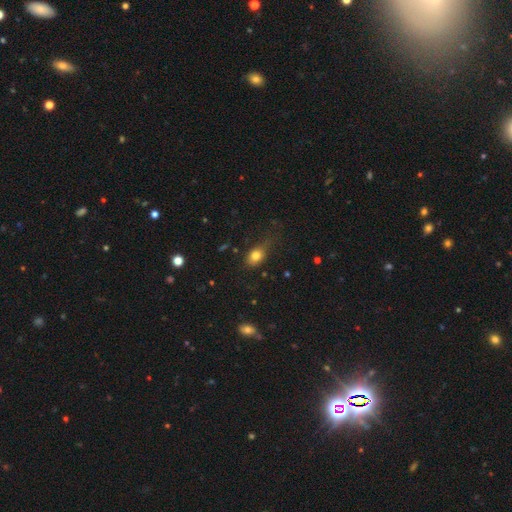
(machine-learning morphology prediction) smooth-or-featured: smooth: 79% | star or artifact: 11% | featured or disk: 10%
  how-rounded: in between: 68% | round: 29% | cigar-shaped: 3%
  merging: none: 58% | minor disturbance: 28% | major disturbance: 11% | merger: 2%